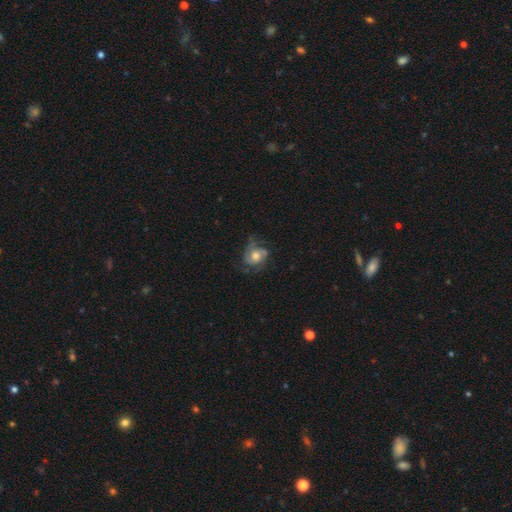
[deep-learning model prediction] This is likely a featured or disk galaxy (72%). It is clearly not viewed edge-on (98%). Bar: likely no (74%). Spiral arm pattern: clearly yes (92%). Spiral arm count: marginally 2 (39%). Spiral winding: marginally medium (44%). Central bulge: possibly moderate (59%). Merging: possibly none (58%).